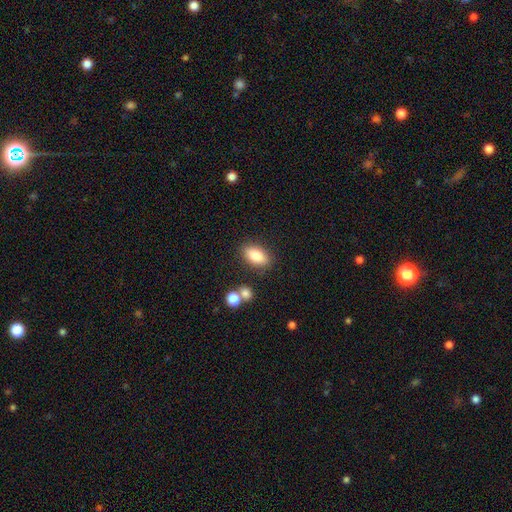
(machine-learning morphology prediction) type=smooth (84%); roundness=in between (89%); merging=none (82%).